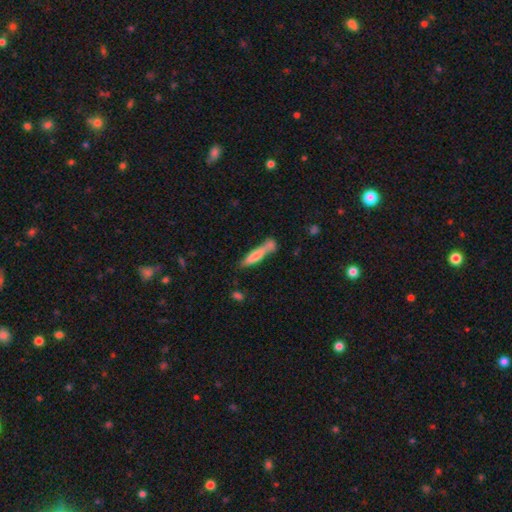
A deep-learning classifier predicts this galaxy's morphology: Smooth or featured: smooth — 67% (featured or disk — 27%)
How rounded: cigar-shaped — 86% (in between — 13%)
Merging: none — 47% (merger — 29%)